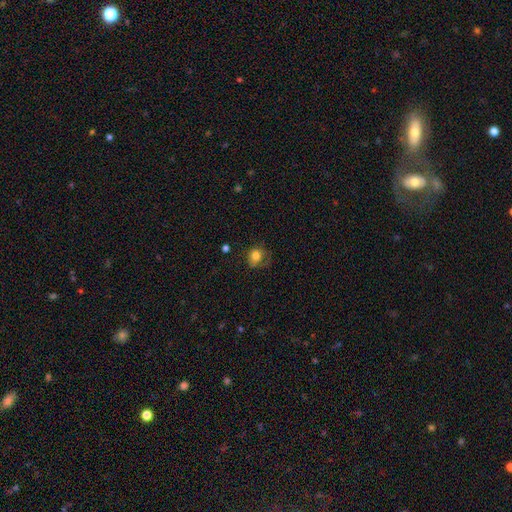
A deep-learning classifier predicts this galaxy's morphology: A smooth galaxy with no disk features (78%) that is round (68%).

Vote fractions:
- Smooth or featured? smooth: 78% / featured or disk: 11% / star or artifact: 11%
- How rounded? round: 68% / in between: 31% / cigar-shaped: 1%
- Merging? none: 53% / minor disturbance: 29% / major disturbance: 16% / merger: 2%